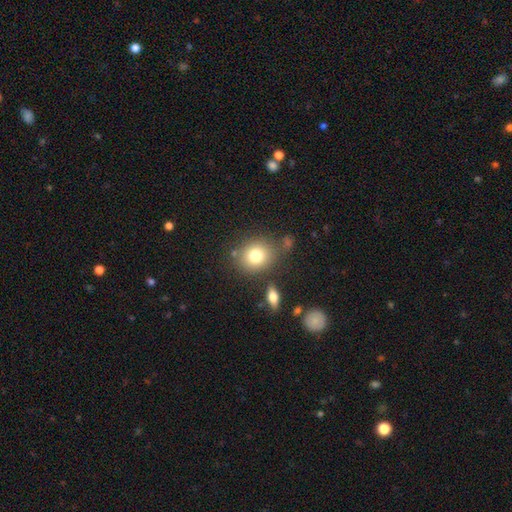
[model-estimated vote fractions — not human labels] Morphology: type=smooth (78%); roundness=round (76%); merging=none (74%).